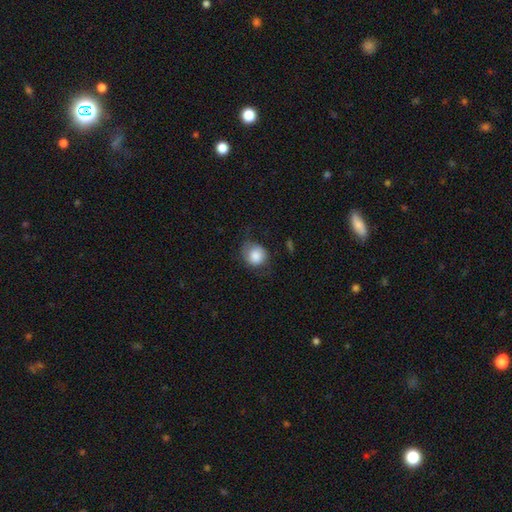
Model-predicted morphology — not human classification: The model was most divided on "merging": none: 55%, minor disturbance: 29%, major disturbance: 14%, merger: 2%. More confident: smooth or featured — smooth (83%); how rounded — round (76%).